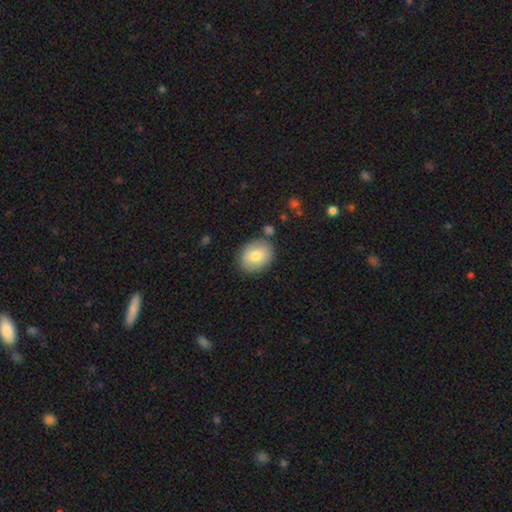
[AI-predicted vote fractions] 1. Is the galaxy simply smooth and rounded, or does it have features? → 77% smooth, 16% featured or disk, 7% star or artifact.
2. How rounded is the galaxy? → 53% in between, 46% round, 1% cigar-shaped.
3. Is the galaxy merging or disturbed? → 82% none, 12% minor disturbance, 4% merger, 3% major disturbance.